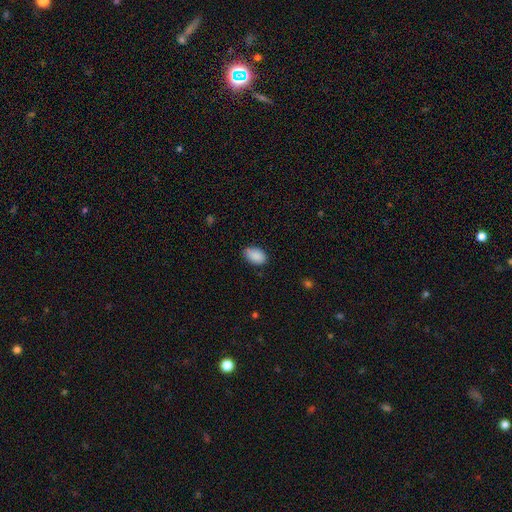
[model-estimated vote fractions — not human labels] Q: Smooth or featured?
A: smooth (89%); runner-up: star or artifact (7%)
Q: How rounded?
A: in between (91%); runner-up: round (7%)
Q: Merging?
A: none (78%); runner-up: minor disturbance (17%)